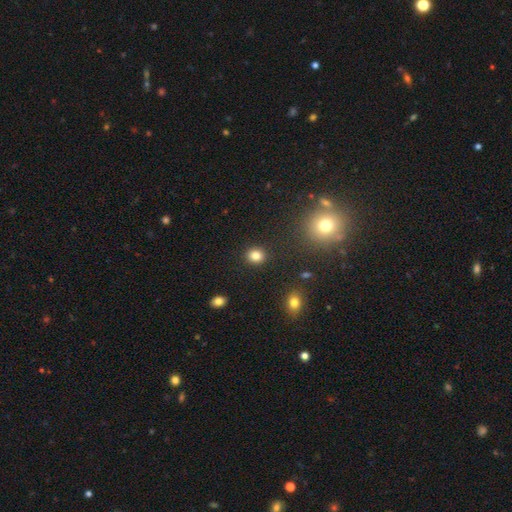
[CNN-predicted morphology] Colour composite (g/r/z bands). It shows a smooth galaxy with no disk features (83%) that is round (71%). Merging: none (90%).